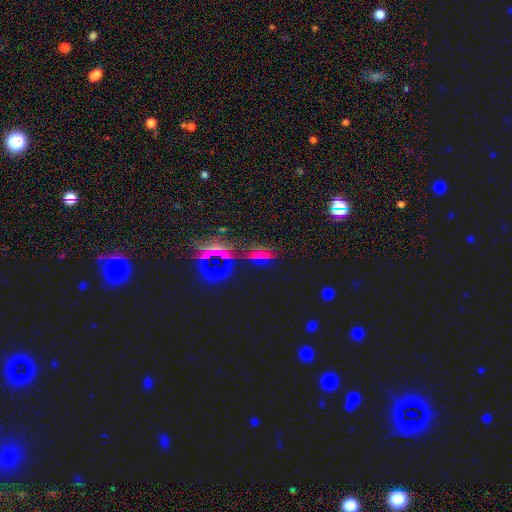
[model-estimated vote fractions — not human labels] Smooth or featured?
  - star or artifact: 65% *
  - smooth: 23%
  - featured or disk: 12%